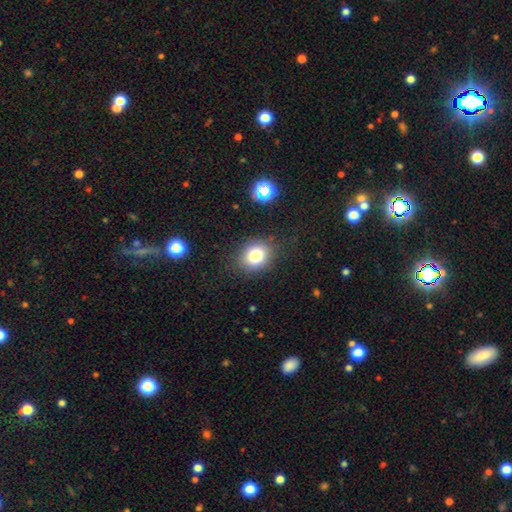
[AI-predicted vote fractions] Smooth or featured? Predicted: smooth (p=0.78). How rounded? Predicted: round (p=0.61). Merging? Predicted: none (p=0.83).